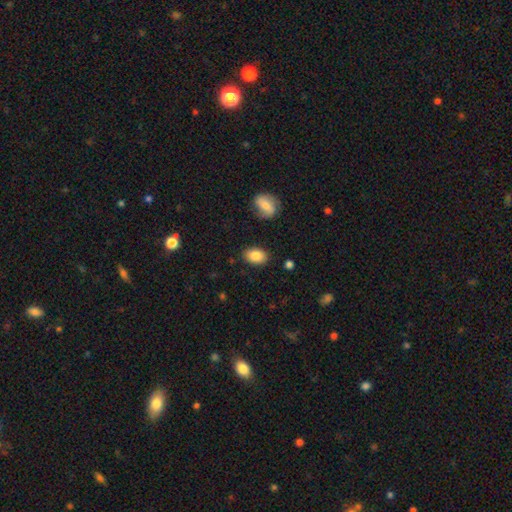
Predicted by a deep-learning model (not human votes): Smooth or featured? smooth (85%)
How rounded? in between (85%)
Merging? none (86%)